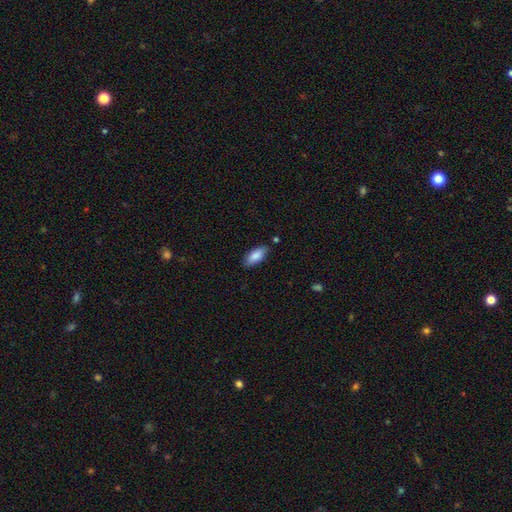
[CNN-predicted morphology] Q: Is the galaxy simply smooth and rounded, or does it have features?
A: smooth — 85%.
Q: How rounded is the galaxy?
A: in between — 86%.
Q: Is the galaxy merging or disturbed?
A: none — 78%.